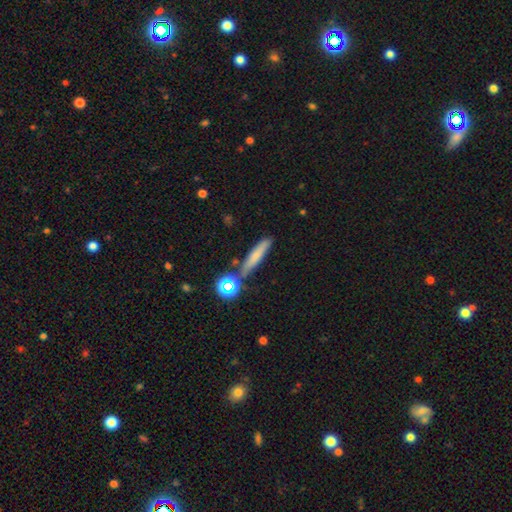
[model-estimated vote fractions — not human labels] smooth-or-featured: smooth: 67% | featured or disk: 20% | star or artifact: 13%
  how-rounded: cigar-shaped: 84% | in between: 11% | round: 5%
  merging: none: 75% | minor disturbance: 12% | merger: 9% | major disturbance: 4%